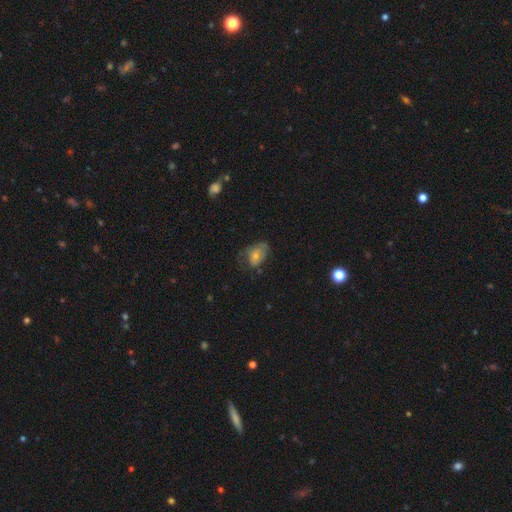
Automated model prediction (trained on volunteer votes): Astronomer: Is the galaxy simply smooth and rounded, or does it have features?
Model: smooth — 66%.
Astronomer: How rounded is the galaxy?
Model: in between — 83%.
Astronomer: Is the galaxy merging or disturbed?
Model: none — 37% (runner-up: minor disturbance, 35%).